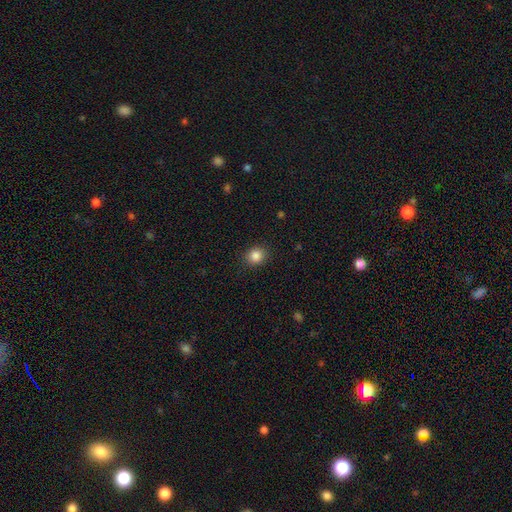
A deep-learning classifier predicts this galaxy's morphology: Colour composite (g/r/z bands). It shows a smooth galaxy with no disk features (86%) that is round (75%). Merging: none (89%).